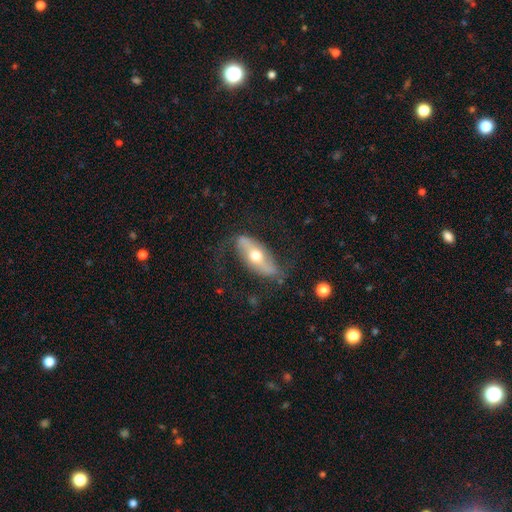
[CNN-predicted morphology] featured or disk 72%, smooth 22%, star or artifact 6%. Down the decision tree: edge-on disk — no (78%); bar — strong (41%); spiral arms — yes (78%); bulge size — moderate (74%); merging — none (67%).